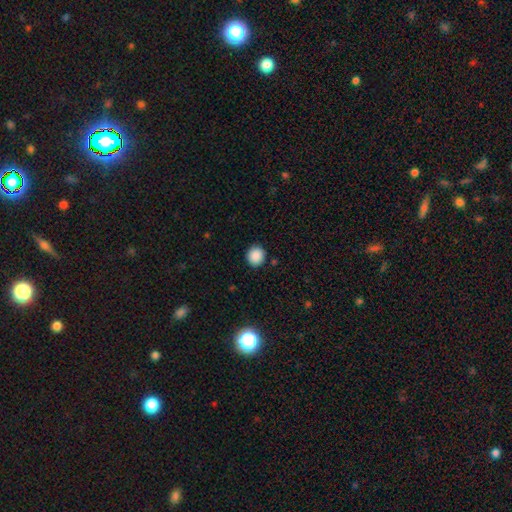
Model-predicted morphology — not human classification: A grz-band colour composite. It shows a smooth galaxy with no disk features (88%) that is round (85%). Merging: none (89%).